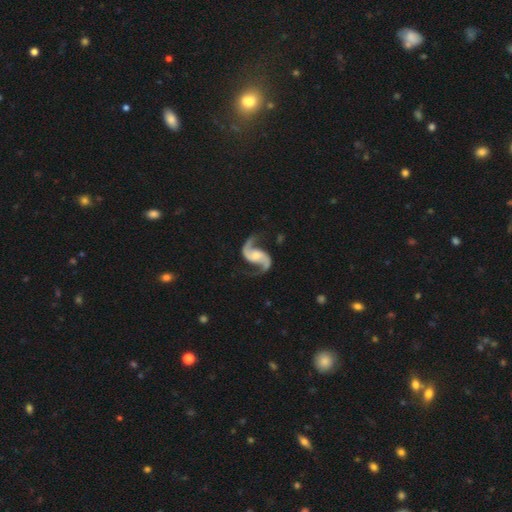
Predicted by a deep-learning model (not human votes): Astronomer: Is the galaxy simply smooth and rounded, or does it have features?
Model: featured or disk — 93%.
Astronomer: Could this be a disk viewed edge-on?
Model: no — 98%.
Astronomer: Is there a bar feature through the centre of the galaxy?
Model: no — 45% (runner-up: weak, 38%).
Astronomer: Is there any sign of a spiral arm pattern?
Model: yes — 98%.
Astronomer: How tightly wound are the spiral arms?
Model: loose — 61%.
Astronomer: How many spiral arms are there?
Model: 2 — 94%.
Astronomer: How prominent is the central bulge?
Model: small — 42% (runner-up: moderate, 36%).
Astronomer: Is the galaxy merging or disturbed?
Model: none — 76%.